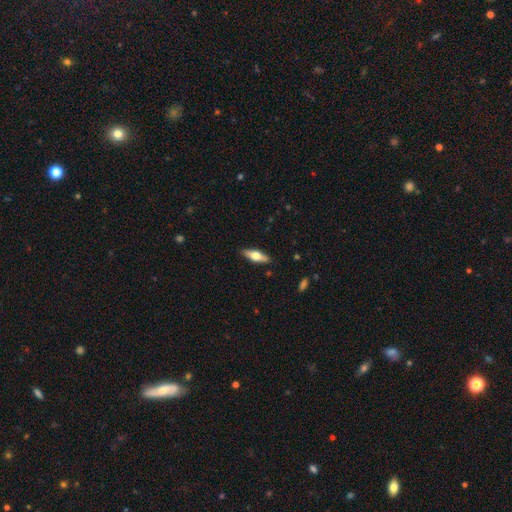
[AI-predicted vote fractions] Smooth or featured? Predicted: smooth (p=0.52). How rounded? Predicted: in between (p=0.54). Merging? Predicted: none (p=0.88).